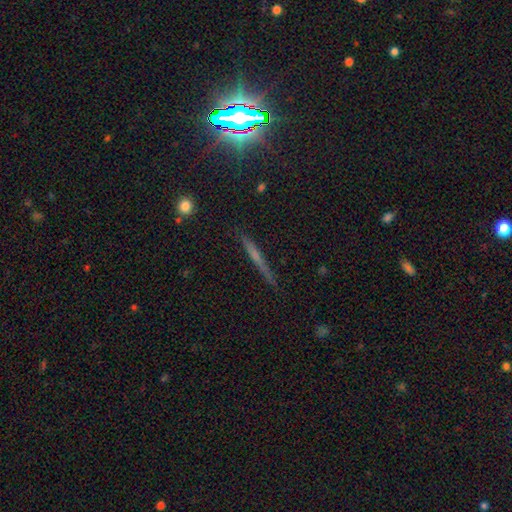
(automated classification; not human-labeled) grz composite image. It shows a featured or disk galaxy (46%). Merging: none (86%).